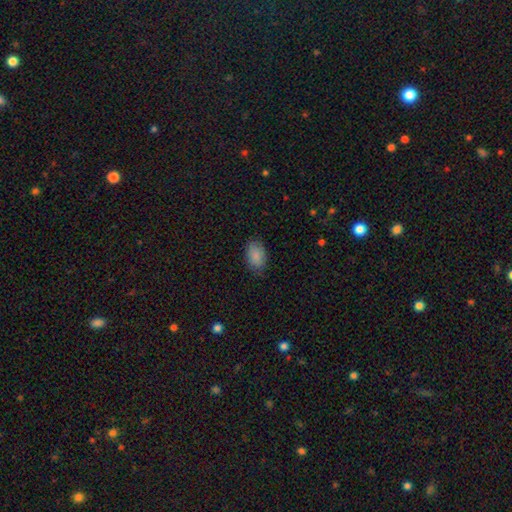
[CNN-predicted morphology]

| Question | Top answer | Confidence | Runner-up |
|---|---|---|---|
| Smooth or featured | smooth | 88% | star or artifact (7%) |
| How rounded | in between | 89% | round (10%) |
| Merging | none | 82% | minor disturbance (14%) |